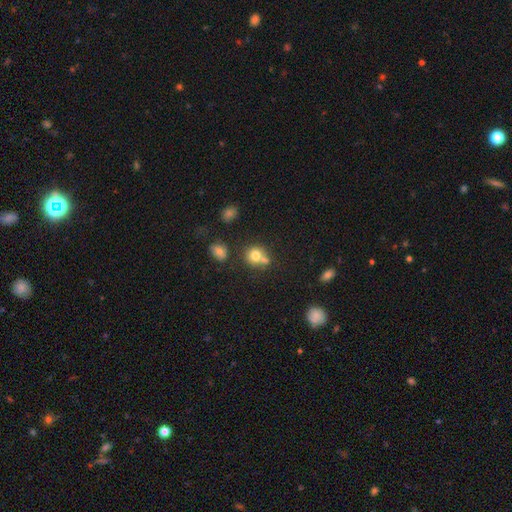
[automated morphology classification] Smooth or featured?
  - smooth: 74% *
  - featured or disk: 13%
  - star or artifact: 13%
How rounded?
  - round: 81% *
  - in between: 18%
  - cigar-shaped: 1%
Merging?
  - none: 46% *
  - merger: 40%
  - minor disturbance: 10%
  - major disturbance: 4%